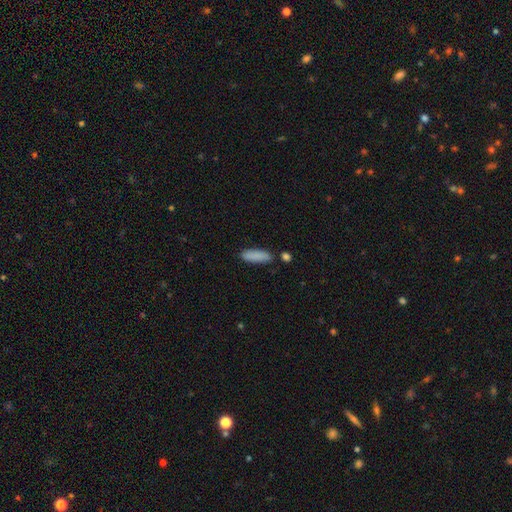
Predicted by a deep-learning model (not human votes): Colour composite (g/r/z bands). It shows a smooth galaxy with no disk features (88%) that is cigar-shaped (53%). Merging: none (80%).